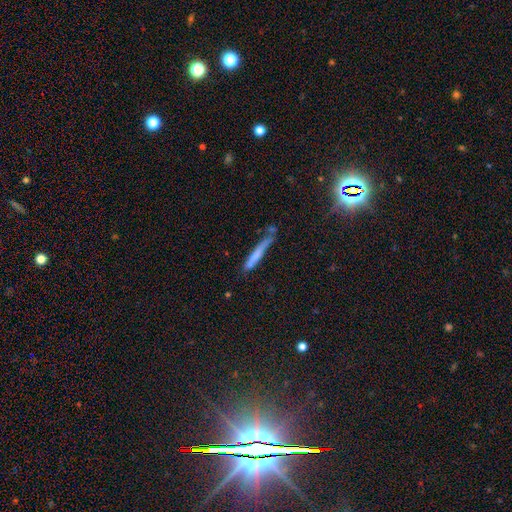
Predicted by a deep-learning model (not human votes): The model was most divided on "smooth or featured": smooth: 61%, featured or disk: 31%, star or artifact: 8%. More confident: how rounded — cigar-shaped (94%); merging — none (55%).